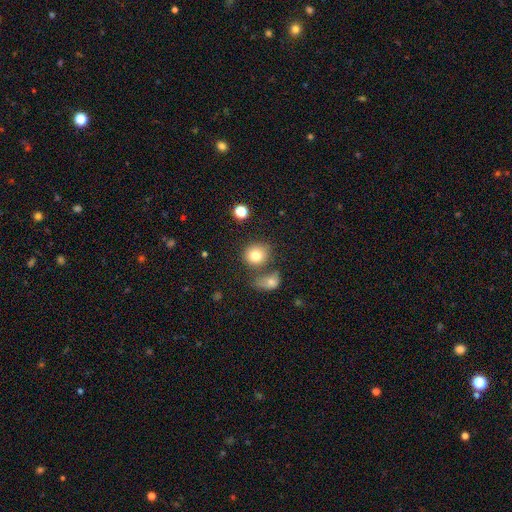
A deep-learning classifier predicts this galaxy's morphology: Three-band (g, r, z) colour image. It shows a smooth galaxy with no disk features (79%) that is round (78%). Merging: none (57%).